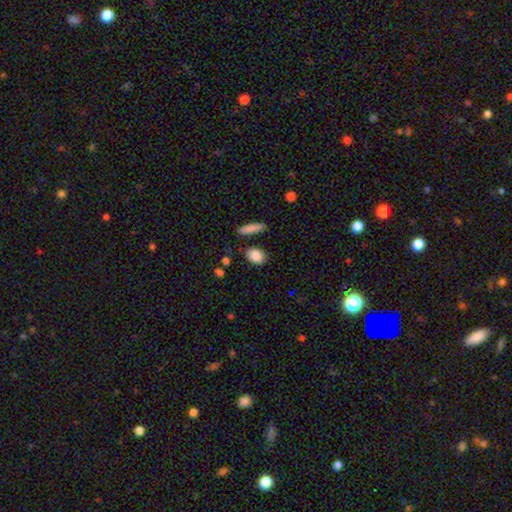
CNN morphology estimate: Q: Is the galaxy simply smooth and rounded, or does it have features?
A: smooth — 88%.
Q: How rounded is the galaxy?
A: in between — 70%.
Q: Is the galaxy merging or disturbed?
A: none — 81%.